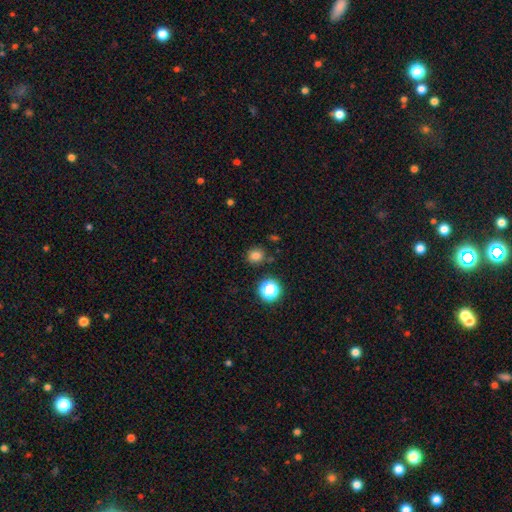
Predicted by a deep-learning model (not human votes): This appears to be a smooth galaxy with no disk features (78%) that is round (83%). Merging: none (83%).